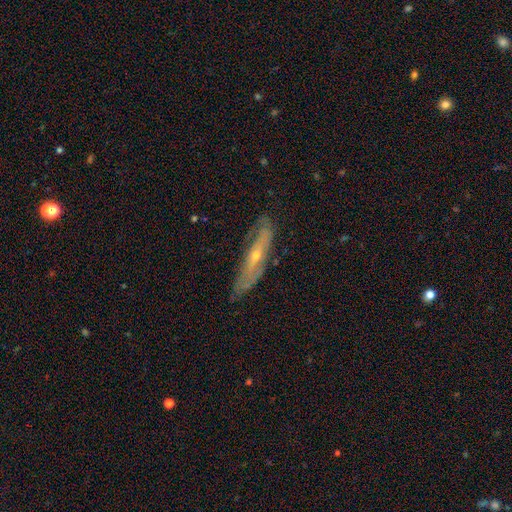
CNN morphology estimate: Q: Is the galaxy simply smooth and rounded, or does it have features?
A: featured or disk — 71%.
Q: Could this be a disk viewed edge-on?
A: no — 54%.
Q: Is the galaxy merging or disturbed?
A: none — 68%.